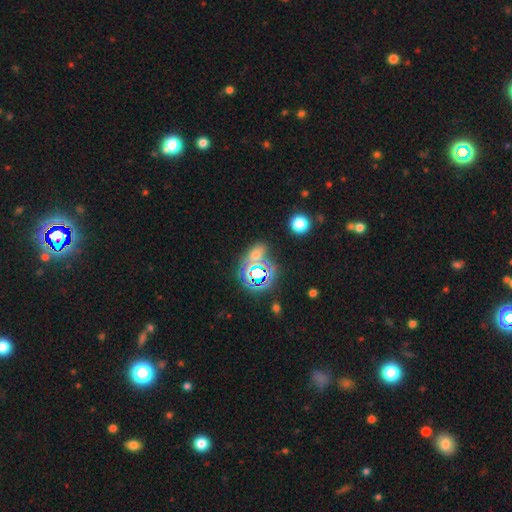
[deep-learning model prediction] A star or artifact, not a galaxy (58%).

Vote fractions:
- Smooth or featured? star or artifact: 58% / smooth: 31% / featured or disk: 12%